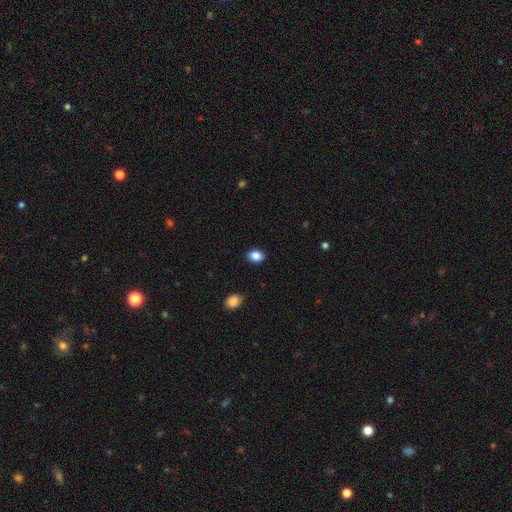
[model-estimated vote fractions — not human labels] smooth-or-featured: smooth: 87% | star or artifact: 9% | featured or disk: 4%
  how-rounded: in between: 65% | round: 34% | cigar-shaped: 1%
  merging: none: 87% | minor disturbance: 9% | major disturbance: 2% | merger: 1%